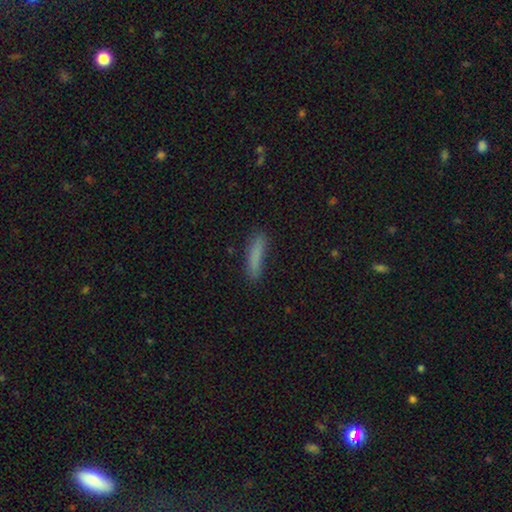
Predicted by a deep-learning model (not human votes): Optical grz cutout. It shows a smooth galaxy with no disk features (83%) that is cigar-shaped (84%). Merging: none (80%).